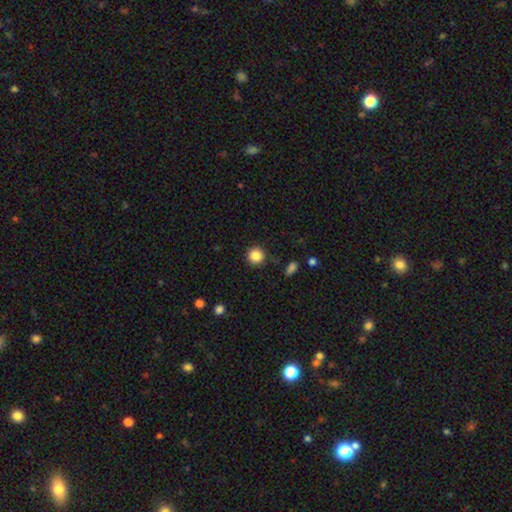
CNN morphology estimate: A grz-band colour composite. It shows a smooth galaxy with no disk features (86%) that is round (94%). Merging: none (90%).